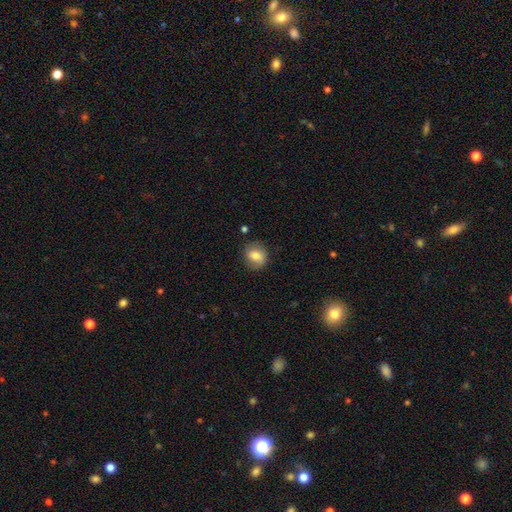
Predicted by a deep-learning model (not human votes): smooth_or_featured: smooth (p=0.75) [alt: featured or disk p=0.16]
how_rounded: round (p=0.66) [alt: in between p=0.33]
merging: none (p=0.78) [alt: minor disturbance p=0.16]